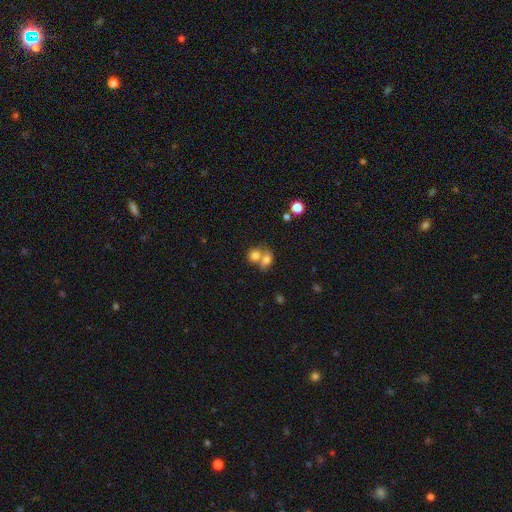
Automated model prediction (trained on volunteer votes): A smooth galaxy with no disk features (76%) that is round (51%). Merging: merger (65%).